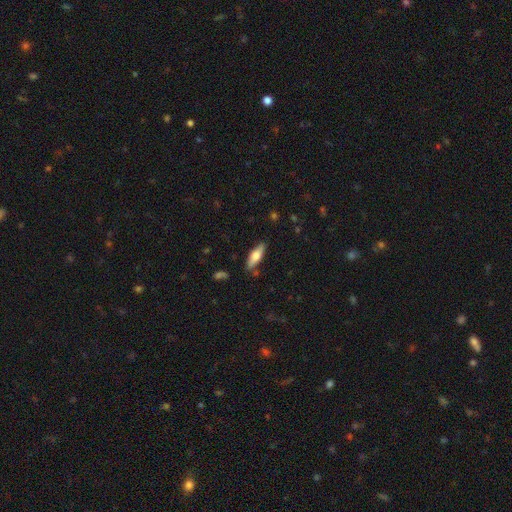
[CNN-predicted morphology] This is likely a smooth galaxy (63%). How rounded: possibly in between (51%). Merging: clearly none (83%).